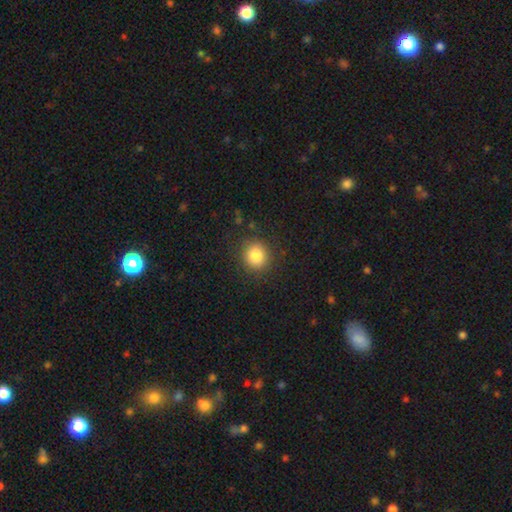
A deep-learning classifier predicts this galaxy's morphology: This appears to be a smooth galaxy with no disk features (84%) that is round (84%). Merging: none (87%).